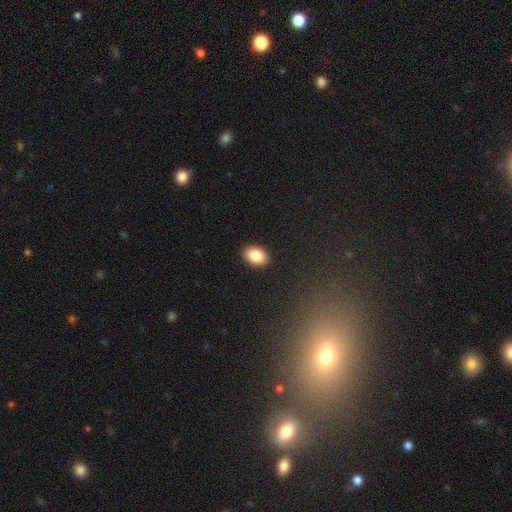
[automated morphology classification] smooth-or-featured: smooth: 88% | star or artifact: 7% | featured or disk: 5%
  how-rounded: in between: 81% | round: 18% | cigar-shaped: 1%
  merging: none: 90% | minor disturbance: 7% | major disturbance: 2% | merger: 1%